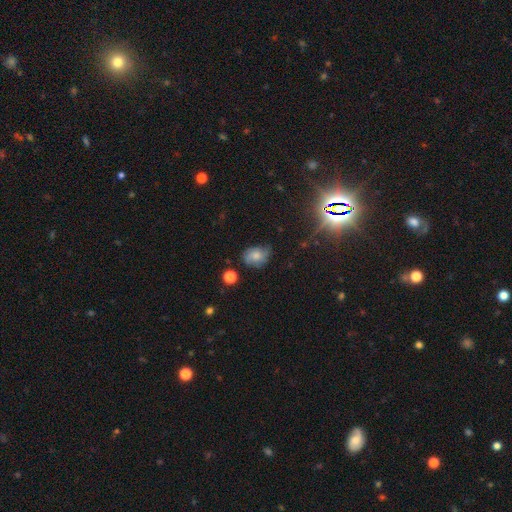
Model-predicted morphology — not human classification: Overall: smooth (61%; featured or disk 26%). How rounded: in between (61%; round 38%). Merging: none (57%; minor disturbance 31%).